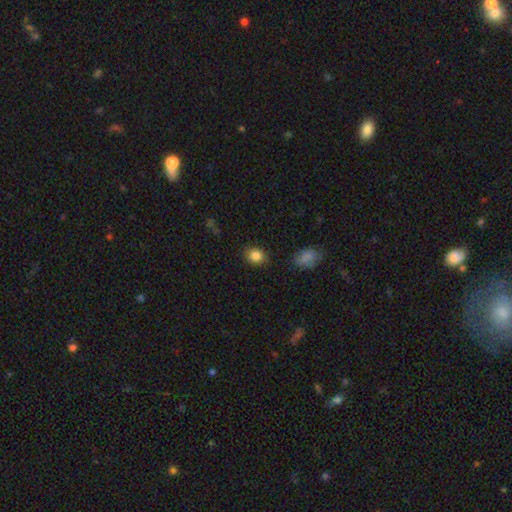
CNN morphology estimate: type=smooth (84%); roundness=round (55%); merging=none (86%).